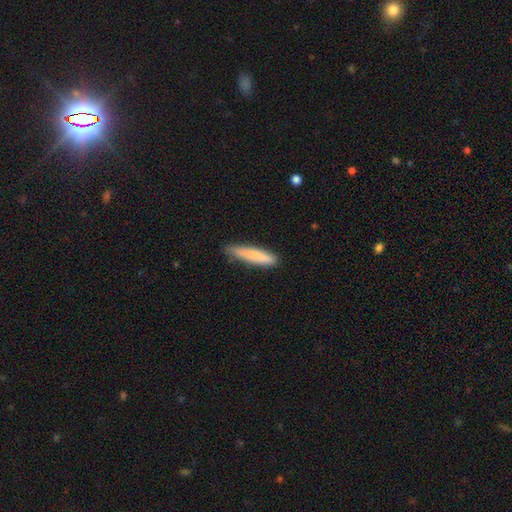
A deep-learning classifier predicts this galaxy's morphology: A smooth galaxy with no disk features (82%) that is cigar-shaped (87%). Merging: none (74%).